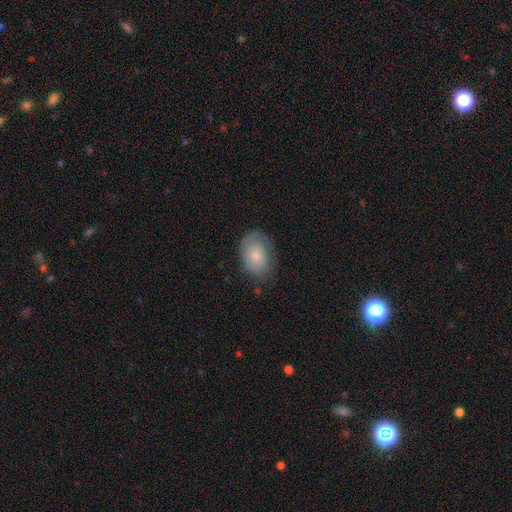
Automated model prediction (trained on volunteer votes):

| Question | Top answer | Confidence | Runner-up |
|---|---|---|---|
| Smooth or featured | smooth | 74% | featured or disk (19%) |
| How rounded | in between | 83% | round (16%) |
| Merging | none | 70% | minor disturbance (23%) |